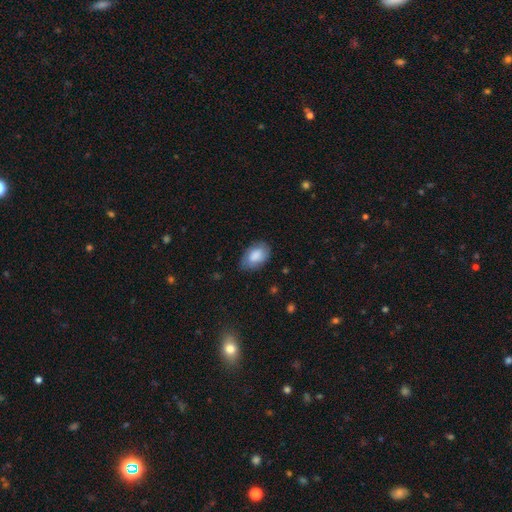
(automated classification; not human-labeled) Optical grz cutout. It shows a smooth galaxy with no disk features (82%) that is in between round and cigar-shaped (90%). Merging: none (70%).